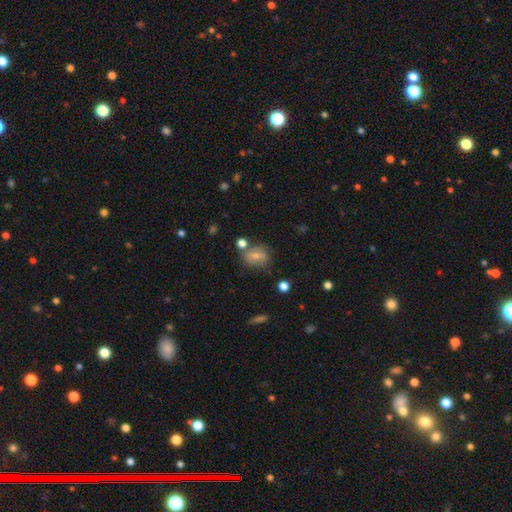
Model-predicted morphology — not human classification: The model was most divided on "how rounded": in between: 51%, round: 47%, cigar-shaped: 2%. More confident: smooth or featured — smooth (66%); merging — none (62%).